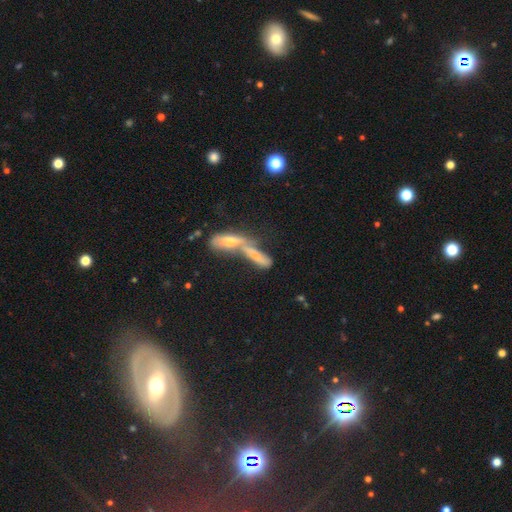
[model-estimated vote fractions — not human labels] Smooth or featured? smooth (57%)
How rounded? cigar-shaped (57%)
Merging? merger (70%)